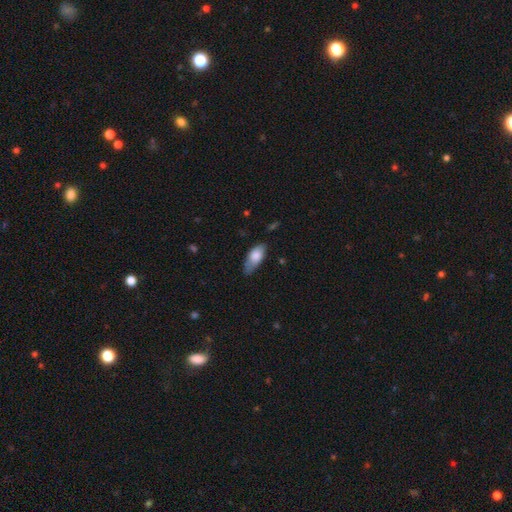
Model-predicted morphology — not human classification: smooth_or_featured: smooth (p=0.76) [alt: featured or disk p=0.18]
how_rounded: in between (p=0.85) [alt: cigar-shaped p=0.12]
merging: none (p=0.52) [alt: minor disturbance p=0.37]